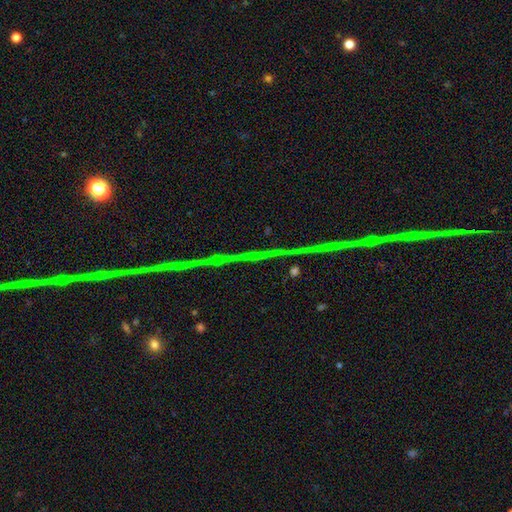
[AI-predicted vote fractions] A star or artifact, not a galaxy (73%).